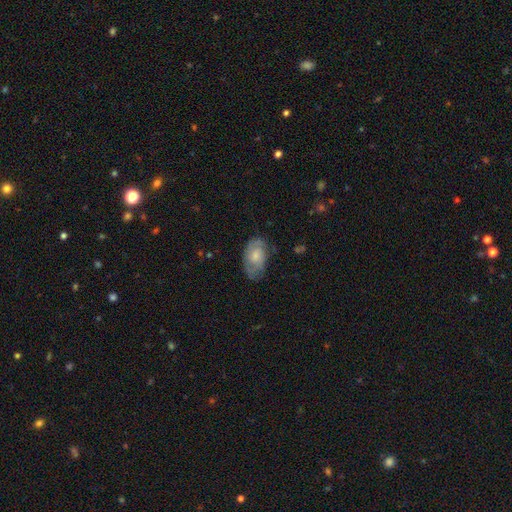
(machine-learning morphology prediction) The model was most divided on "smooth or featured": featured or disk: 47%, smooth: 46%, star or artifact: 7%. More confident: merging — none (62%).